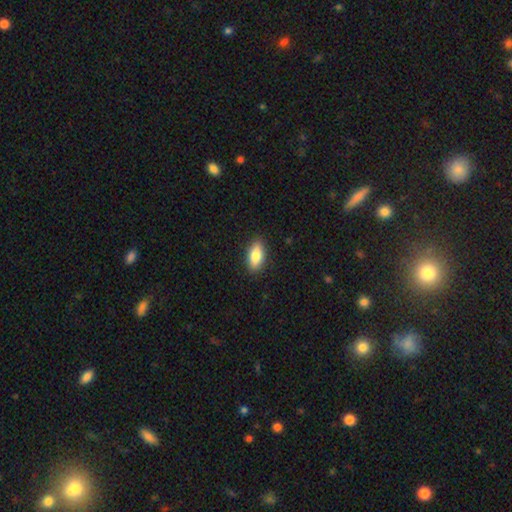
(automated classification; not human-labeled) A smooth galaxy with no disk features (83%) that is in between round and cigar-shaped (85%). Merging: none (89%).